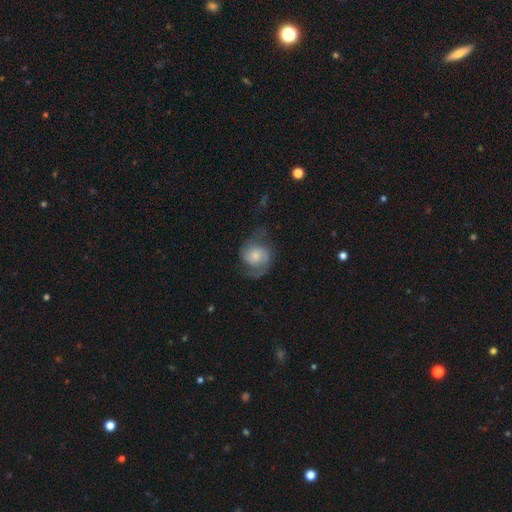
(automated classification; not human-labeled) Smooth or featured: featured or disk — 64% (smooth — 28%)
Edge-on disk: no — 98% (yes — 2%)
Bar: no — 69% (weak — 26%)
Spiral arms: yes — 91% (no — 9%)
Spiral winding: medium — 45% (loose — 35%)
Spiral arm count: 2 — 82% (1 — 9%)
Bulge size: small — 39% (moderate — 33%)
Merging: none — 55% (minor disturbance — 22%)